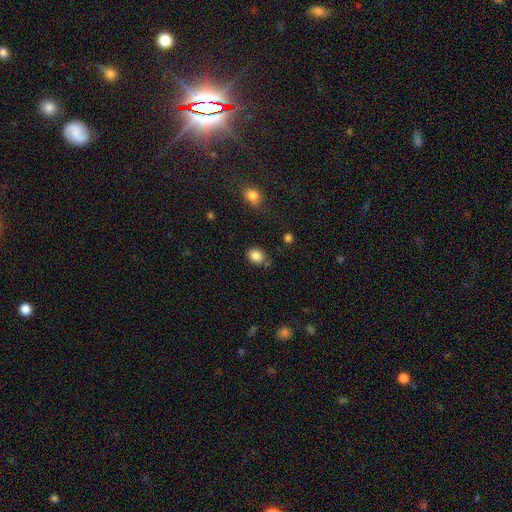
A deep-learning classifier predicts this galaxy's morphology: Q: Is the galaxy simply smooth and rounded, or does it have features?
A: smooth — 85%.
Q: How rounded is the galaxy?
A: in between — 51%.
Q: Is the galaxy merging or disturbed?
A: none — 72%.